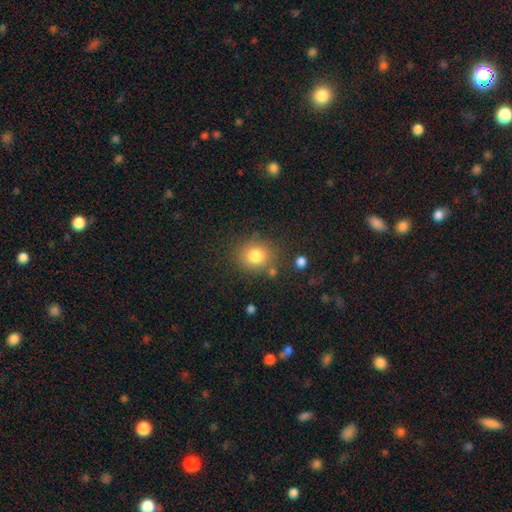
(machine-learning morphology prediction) smooth-or-featured: smooth: 81% | star or artifact: 11% | featured or disk: 8%
  how-rounded: round: 79% | in between: 20% | cigar-shaped: 1%
  merging: none: 77% | minor disturbance: 12% | merger: 6% | major disturbance: 4%